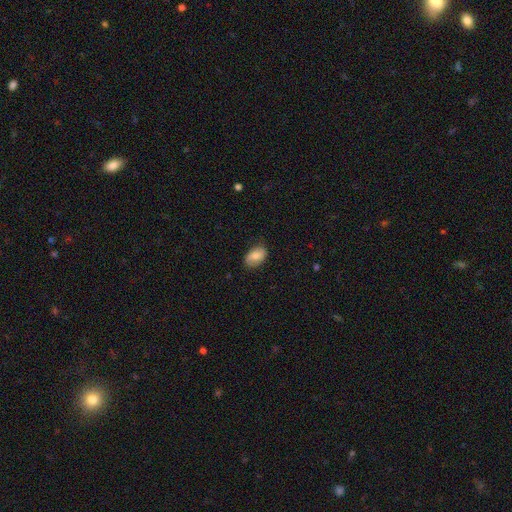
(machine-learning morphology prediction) This appears to be a smooth galaxy with no disk features (77%) that is in between round and cigar-shaped (91%). Merging: none (77%).